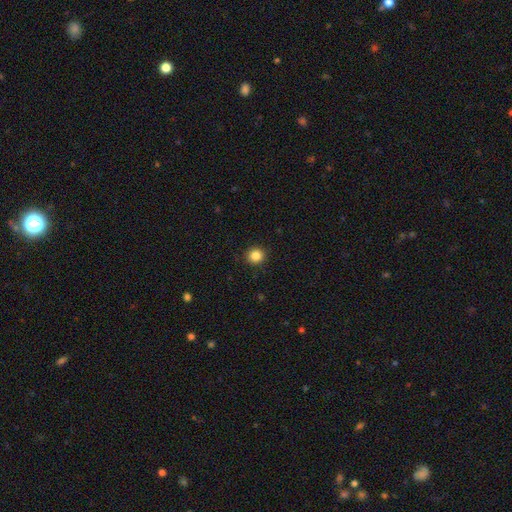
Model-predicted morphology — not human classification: Q: Smooth or featured?
A: smooth (85%); runner-up: star or artifact (11%)
Q: How rounded?
A: round (93%); runner-up: in between (6%)
Q: Merging?
A: none (92%); runner-up: minor disturbance (5%)